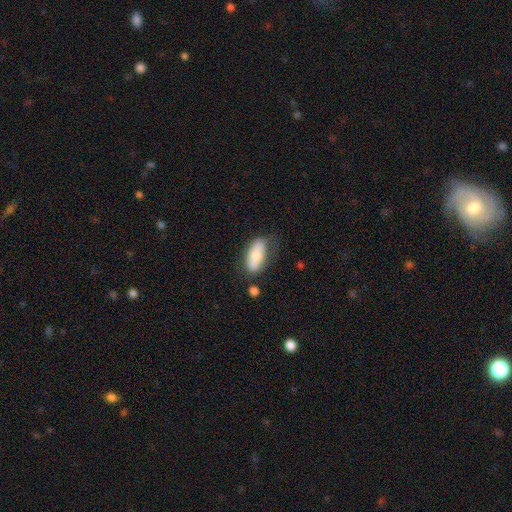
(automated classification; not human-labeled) Morphology: type=smooth (74%); roundness=in between (85%); merging=none (60%).